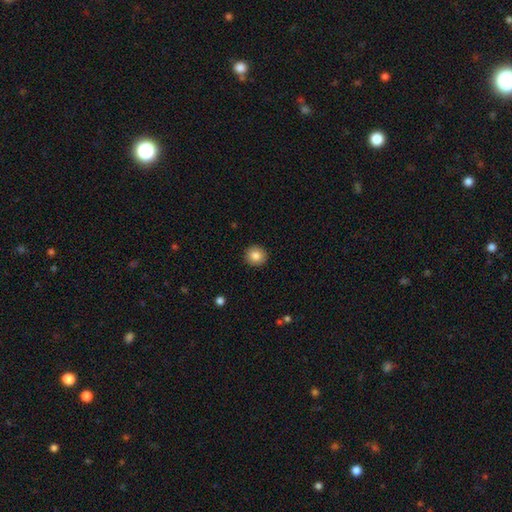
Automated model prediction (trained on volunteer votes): Smooth or featured: smooth — 85% (star or artifact — 9%)
How rounded: round — 92% (in between — 7%)
Merging: none — 92% (minor disturbance — 5%)